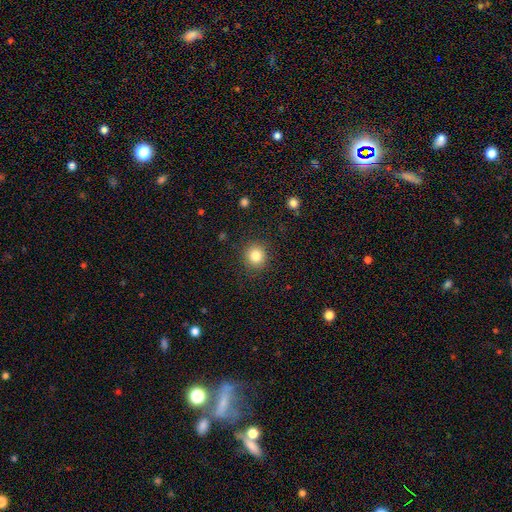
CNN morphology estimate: smooth_or_featured: smooth (p=0.82) [alt: star or artifact p=0.11]
how_rounded: round (p=0.89) [alt: in between p=0.10]
merging: none (p=0.89) [alt: minor disturbance p=0.07]